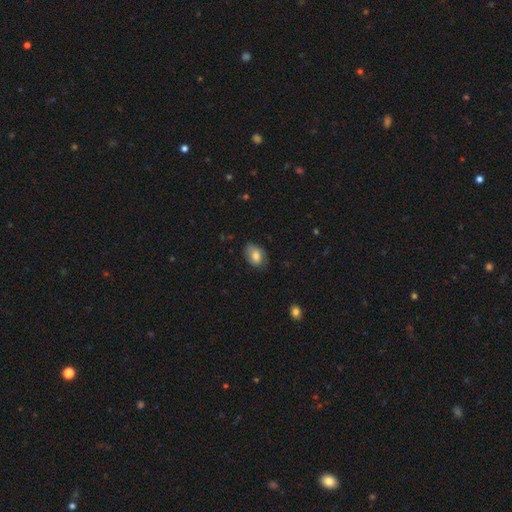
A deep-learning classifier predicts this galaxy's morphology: Smooth or featured?
  - smooth: 75% *
  - featured or disk: 17%
  - star or artifact: 8%
How rounded?
  - in between: 83% *
  - round: 16%
  - cigar-shaped: 1%
Merging?
  - none: 70% *
  - minor disturbance: 24%
  - major disturbance: 5%
  - merger: 1%